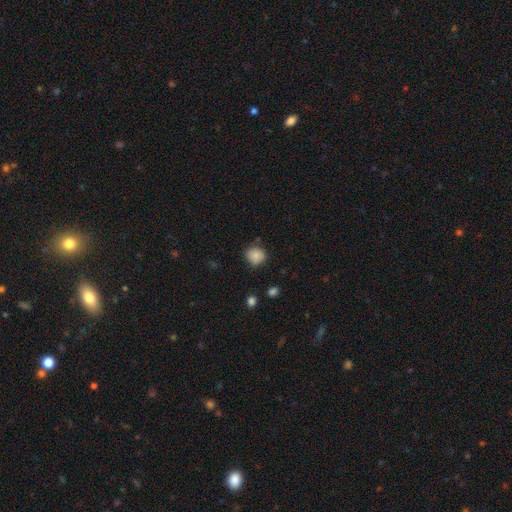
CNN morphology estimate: smooth-or-featured: smooth: 84% | star or artifact: 10% | featured or disk: 6%
  how-rounded: round: 84% | in between: 15% | cigar-shaped: 1%
  merging: none: 76% | minor disturbance: 17% | major disturbance: 4% | merger: 3%